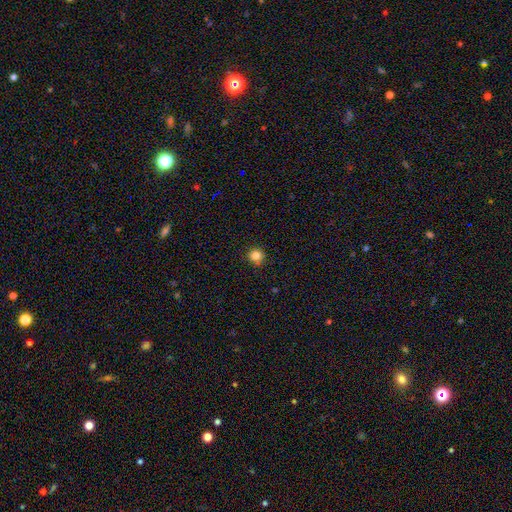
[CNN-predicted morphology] Smooth or featured? Predicted: smooth (p=0.83). How rounded? Predicted: round (p=0.93). Merging? Predicted: none (p=0.88).